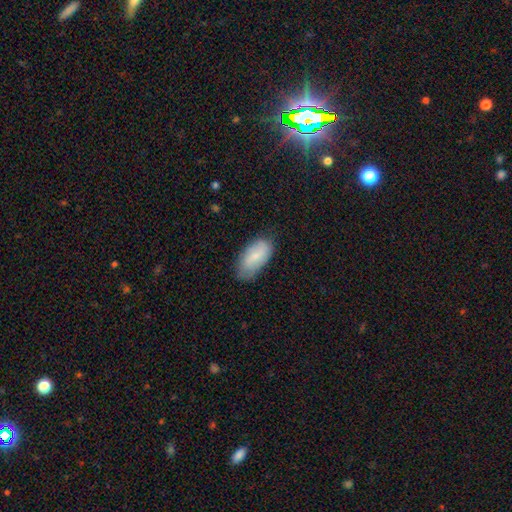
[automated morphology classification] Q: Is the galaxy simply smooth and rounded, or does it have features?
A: smooth — 74%.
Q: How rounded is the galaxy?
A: in between — 93%.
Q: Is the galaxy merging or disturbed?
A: none — 72%.